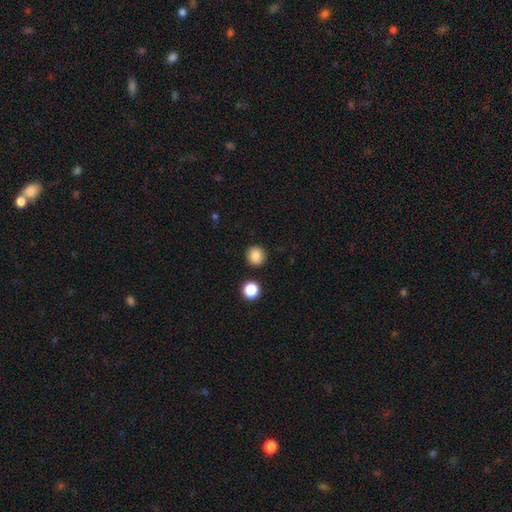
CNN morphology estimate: Smooth or featured: smooth — 86% (star or artifact — 11%)
How rounded: round — 91% (in between — 8%)
Merging: none — 89% (minor disturbance — 6%)